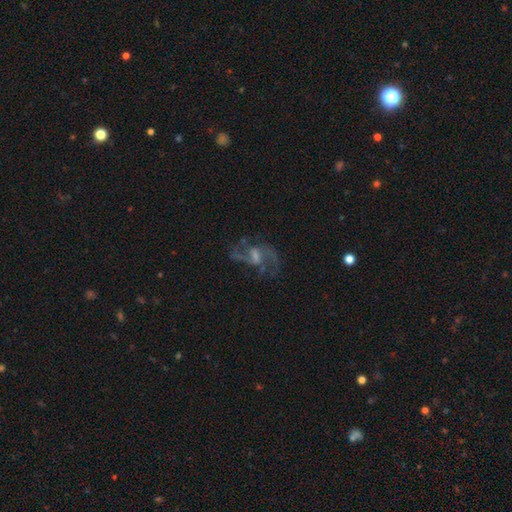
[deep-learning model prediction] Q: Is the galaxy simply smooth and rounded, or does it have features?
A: featured or disk — 80%.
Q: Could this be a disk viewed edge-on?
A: no — 96%.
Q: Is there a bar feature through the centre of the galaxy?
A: weak — 55%.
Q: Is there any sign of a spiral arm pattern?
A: yes — 90%.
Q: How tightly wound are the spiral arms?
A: loose — 50%.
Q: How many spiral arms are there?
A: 2 — 71%.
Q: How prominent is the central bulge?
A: small — 37%.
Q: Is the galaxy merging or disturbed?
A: none — 61%.